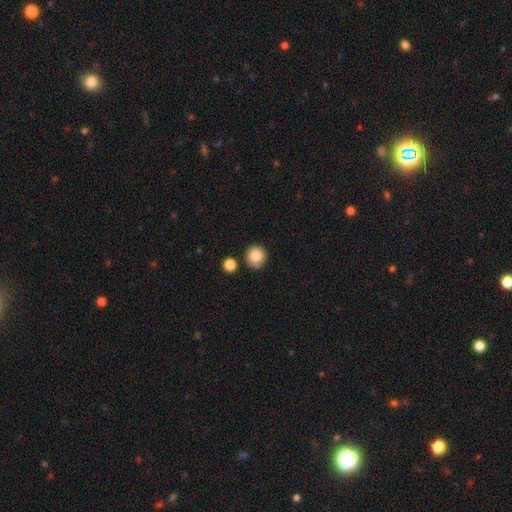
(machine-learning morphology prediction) type=smooth (83%); roundness=round (92%); merging=none (83%).